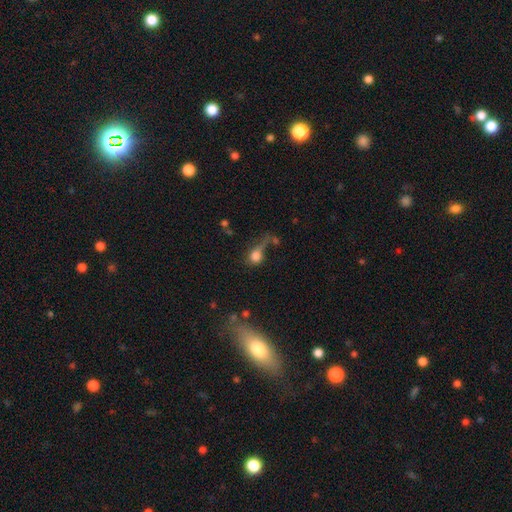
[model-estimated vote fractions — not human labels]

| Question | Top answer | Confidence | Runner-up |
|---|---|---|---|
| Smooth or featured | smooth | 69% | featured or disk (18%) |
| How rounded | round | 57% | in between (38%) |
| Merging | major disturbance | 40% | none (26%) |